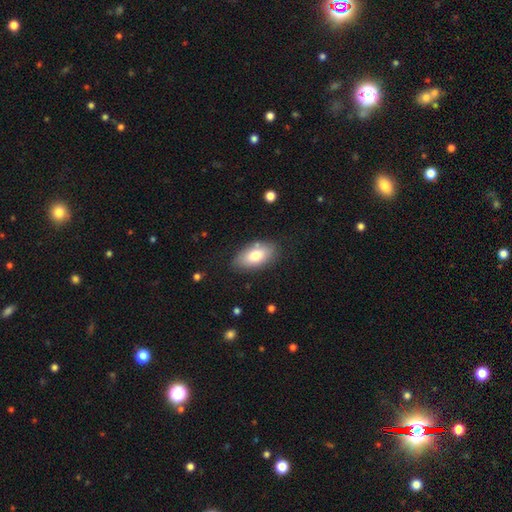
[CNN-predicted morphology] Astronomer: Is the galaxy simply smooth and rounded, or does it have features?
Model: smooth — 76%.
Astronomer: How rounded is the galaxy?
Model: in between — 92%.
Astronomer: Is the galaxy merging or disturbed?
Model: none — 80%.